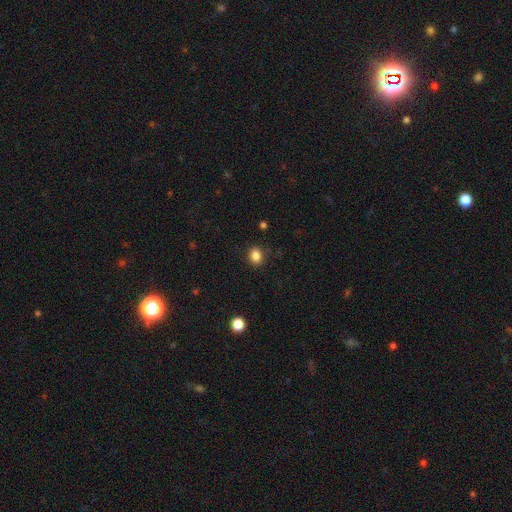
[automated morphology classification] Smooth or featured? Predicted: smooth (p=0.85). How rounded? Predicted: round (p=0.50). Merging? Predicted: none (p=0.87).